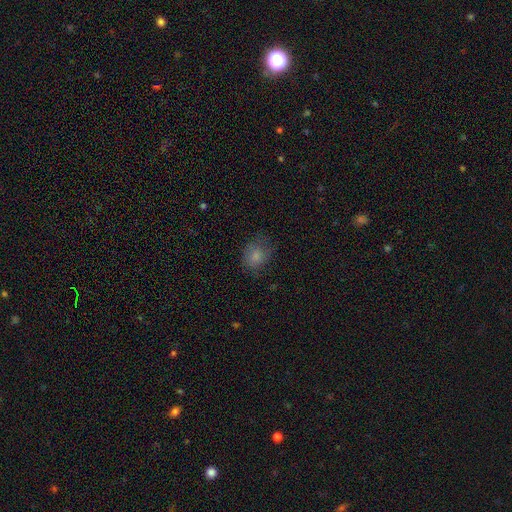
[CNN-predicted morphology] smooth 80%, star or artifact 11%, featured or disk 9%. Down the decision tree: how rounded — round (54%); merging — none (63%).